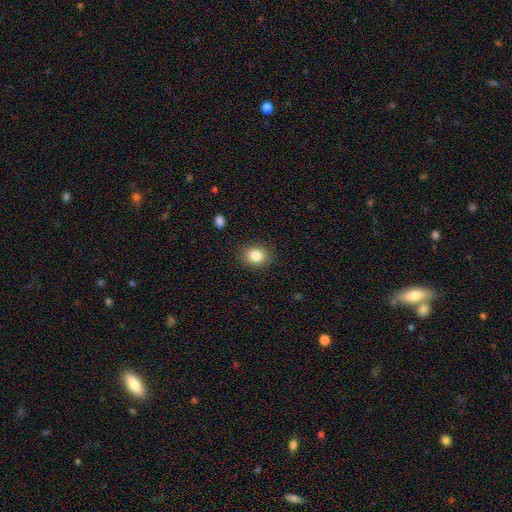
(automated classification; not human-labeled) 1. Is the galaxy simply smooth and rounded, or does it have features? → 83% smooth, 10% star or artifact, 7% featured or disk.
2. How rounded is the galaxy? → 52% in between, 47% round, 1% cigar-shaped.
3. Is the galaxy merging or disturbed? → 88% none, 8% minor disturbance, 2% major disturbance, 1% merger.